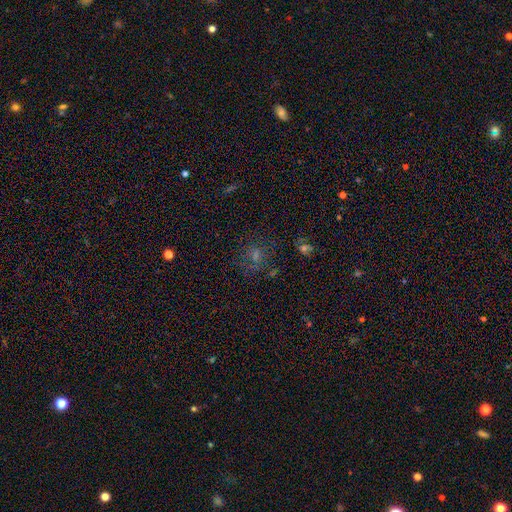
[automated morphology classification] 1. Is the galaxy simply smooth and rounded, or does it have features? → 41% smooth, 37% star or artifact, 22% featured or disk.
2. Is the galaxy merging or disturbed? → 65% none, 17% minor disturbance, 14% major disturbance, 4% merger.